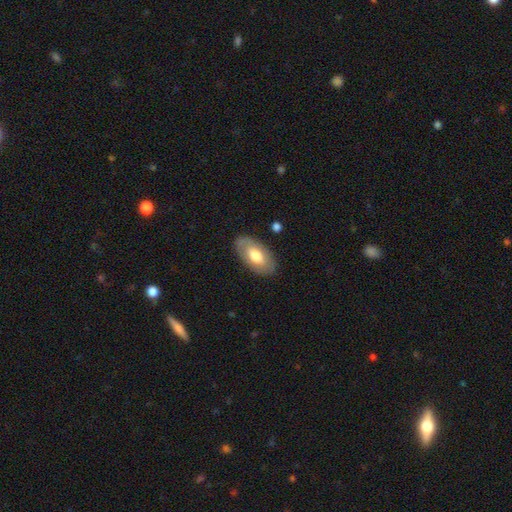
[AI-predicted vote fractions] Smooth or featured: smooth — 61% (featured or disk — 34%)
How rounded: in between — 94% (round — 4%)
Merging: none — 84% (minor disturbance — 11%)